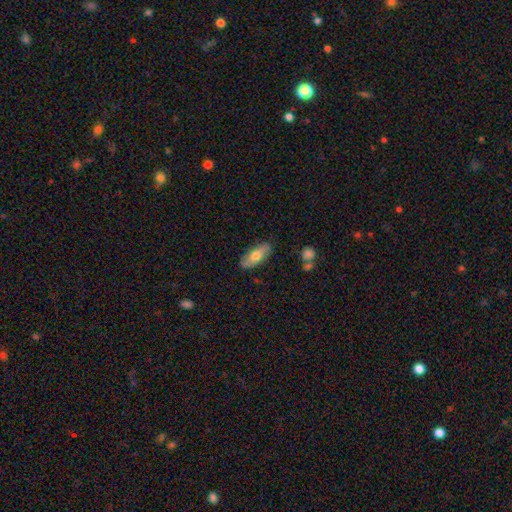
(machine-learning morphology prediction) Smooth or featured?
  - smooth: 66% *
  - featured or disk: 28%
  - star or artifact: 6%
How rounded?
  - in between: 73% *
  - cigar-shaped: 24%
  - round: 3%
Merging?
  - none: 85% *
  - minor disturbance: 12%
  - major disturbance: 2%
  - merger: 2%